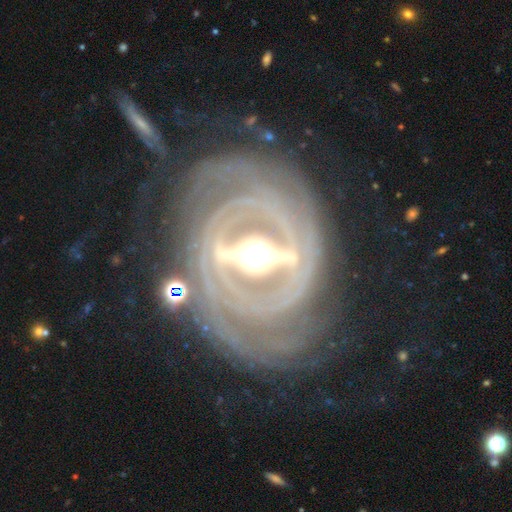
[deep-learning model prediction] Smooth or featured: featured or disk — 91% (smooth — 5%)
Edge-on disk: no — 89% (yes — 11%)
Bar: strong — 78% (weak — 15%)
Spiral arms: yes — 89% (no — 11%)
Spiral winding: tight — 79% (medium — 16%)
Spiral arm count: can't tell — 30% (2 — 24%)
Bulge size: moderate — 66% (large — 24%)
Merging: none — 74% (minor disturbance — 15%)